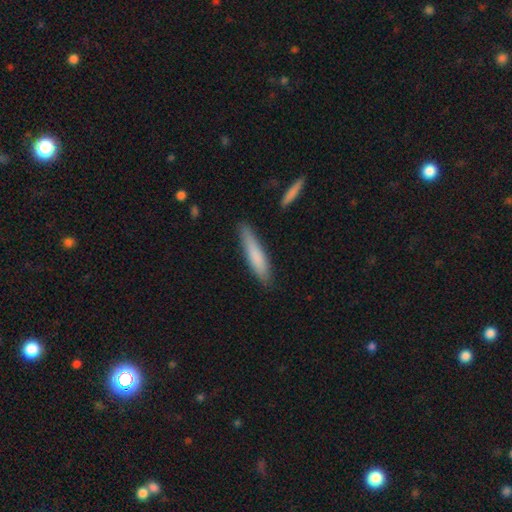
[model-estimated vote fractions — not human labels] Smooth or featured: smooth — 78% (featured or disk — 16%)
How rounded: cigar-shaped — 87% (in between — 12%)
Merging: none — 84% (minor disturbance — 12%)